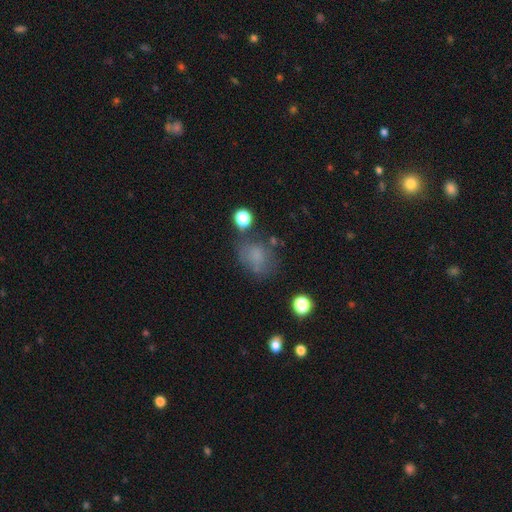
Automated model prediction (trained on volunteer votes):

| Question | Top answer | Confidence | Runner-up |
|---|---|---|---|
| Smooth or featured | smooth | 67% | star or artifact (17%) |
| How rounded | in between | 58% | round (40%) |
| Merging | none | 53% | minor disturbance (24%) |